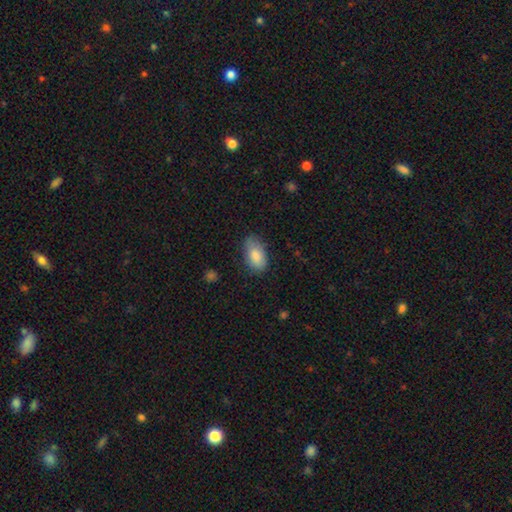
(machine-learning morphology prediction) Q: Smooth or featured?
A: smooth (84%); runner-up: featured or disk (10%)
Q: How rounded?
A: in between (93%); runner-up: round (5%)
Q: Merging?
A: none (71%); runner-up: minor disturbance (23%)